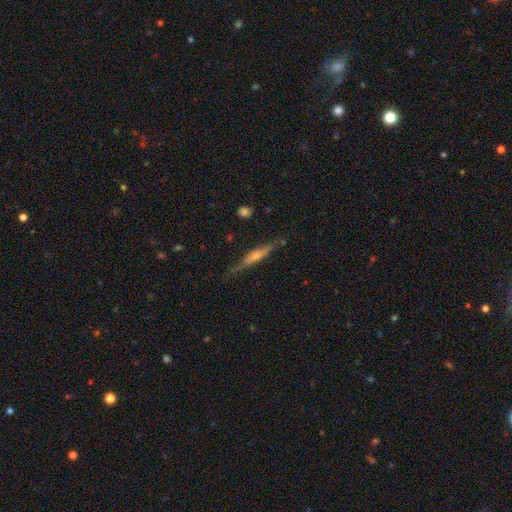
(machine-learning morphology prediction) Smooth or featured: featured or disk — 70% (smooth — 23%)
Edge-on disk: yes — 96% (no — 4%)
Edge-on bulge: rounded — 62% (boxy — 19%)
Merging: none — 81% (minor disturbance — 14%)